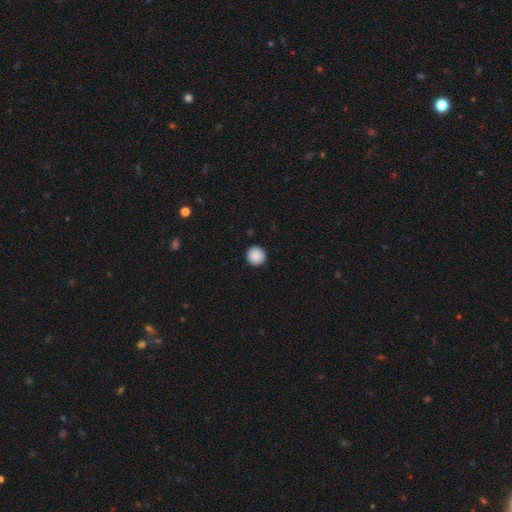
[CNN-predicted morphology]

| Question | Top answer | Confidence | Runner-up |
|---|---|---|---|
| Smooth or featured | smooth | 89% | star or artifact (8%) |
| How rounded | round | 96% | in between (3%) |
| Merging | none | 93% | minor disturbance (4%) |